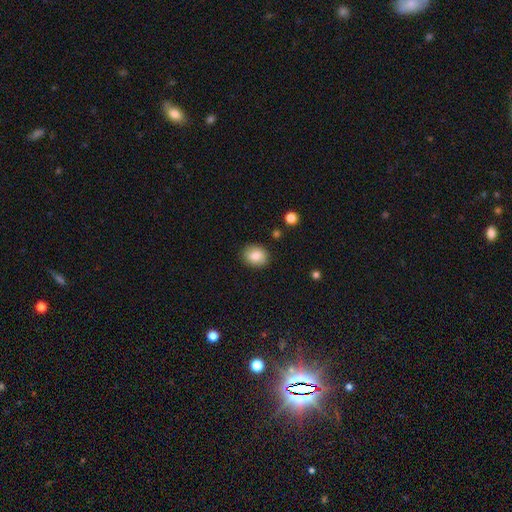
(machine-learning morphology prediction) The model was most divided on "how rounded": round: 58%, in between: 41%, cigar-shaped: 1%. More confident: merging — none (87%); smooth or featured — smooth (82%).